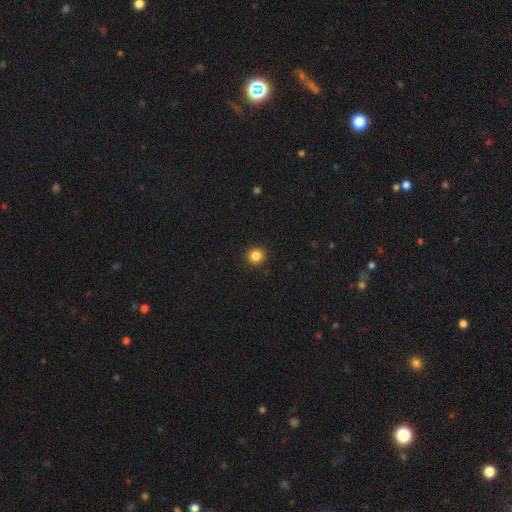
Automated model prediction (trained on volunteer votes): This is clearly a smooth galaxy (85%). How rounded: clearly round (94%). Merging: clearly none (93%).